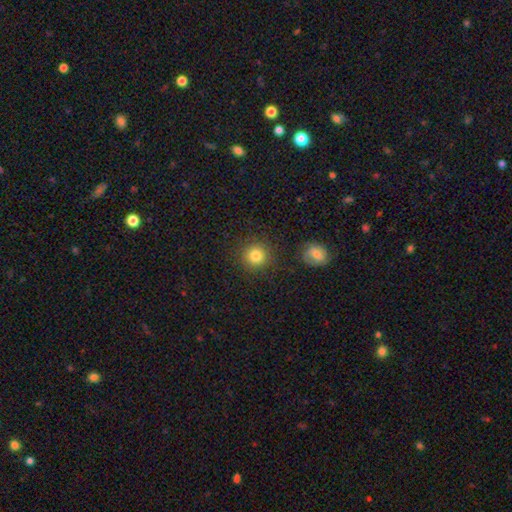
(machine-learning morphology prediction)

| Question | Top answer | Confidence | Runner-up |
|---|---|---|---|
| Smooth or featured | smooth | 82% | star or artifact (11%) |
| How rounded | round | 93% | in between (6%) |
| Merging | none | 87% | minor disturbance (7%) |